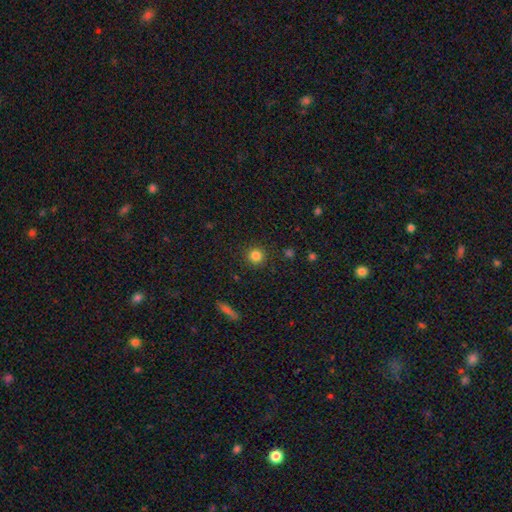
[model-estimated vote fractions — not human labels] A smooth galaxy with no disk features (83%) that is round (94%). Merging: none (90%).